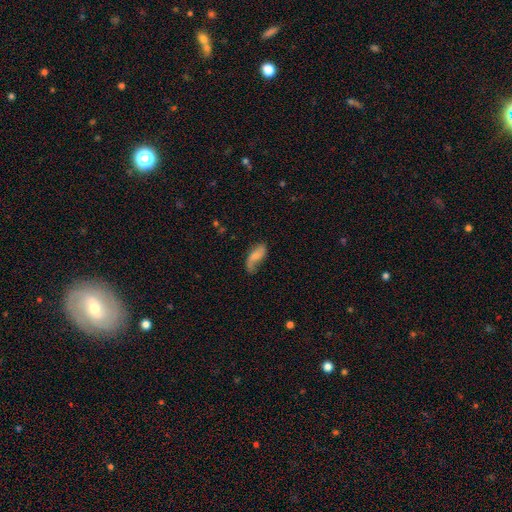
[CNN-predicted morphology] Overall: smooth (60%; featured or disk 32%). How rounded: in between (79%). Merging: none (41%; minor disturbance 32%).